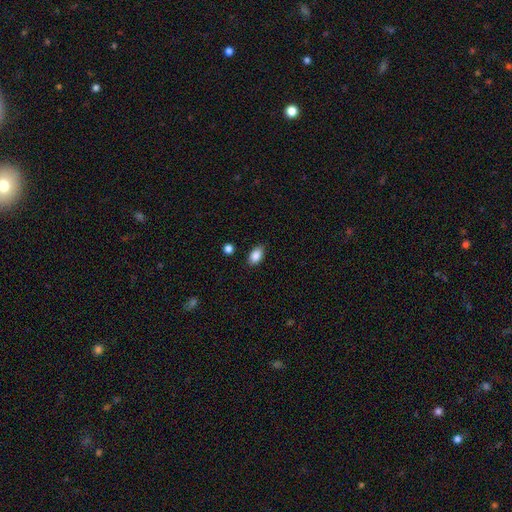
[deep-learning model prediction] This appears to be a smooth galaxy with no disk features (88%) that is in between round and cigar-shaped (90%). Merging: none (82%).